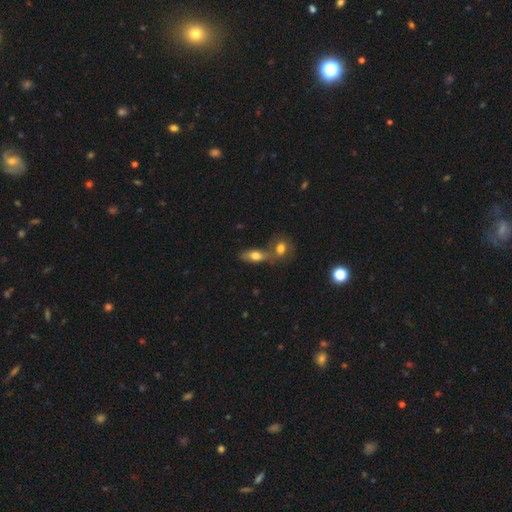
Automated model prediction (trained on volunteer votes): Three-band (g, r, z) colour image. It shows a smooth galaxy with no disk features (70%) that is in between round and cigar-shaped (77%). Merging: merger (48%).